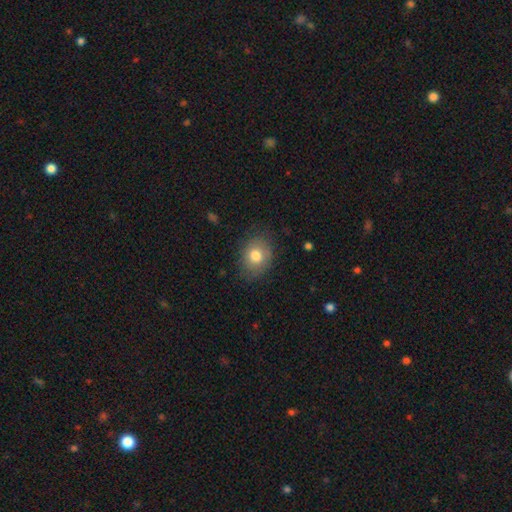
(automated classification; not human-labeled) Overall: smooth (78%). How rounded: in between (54%; round 45%). Merging: none (77%).